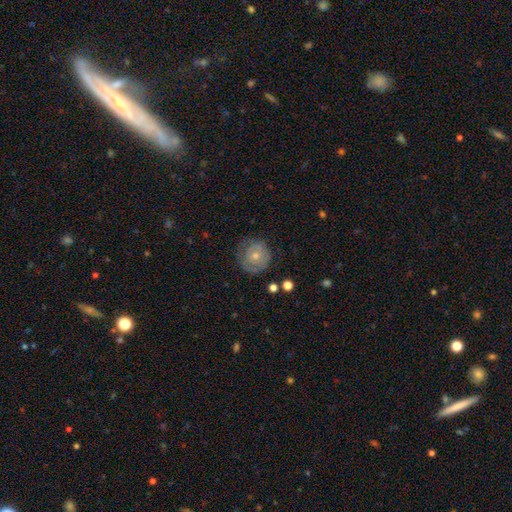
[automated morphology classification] Smooth or featured? Predicted: smooth (p=0.49). Merging? Predicted: none (p=0.65).